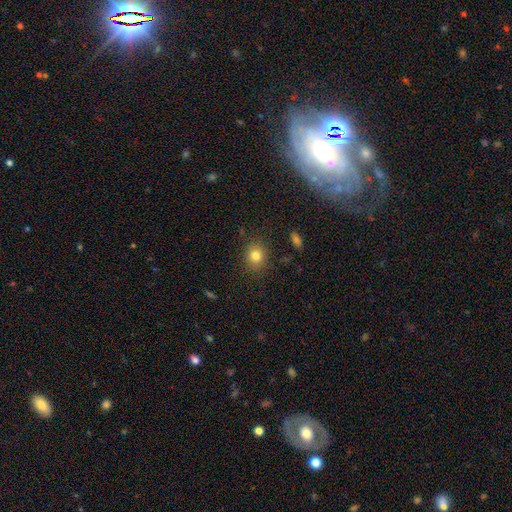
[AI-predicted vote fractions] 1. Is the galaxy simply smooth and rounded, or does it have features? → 80% smooth, 12% star or artifact, 8% featured or disk.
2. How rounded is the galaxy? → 69% round, 30% in between, 1% cigar-shaped.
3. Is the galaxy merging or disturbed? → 86% none, 9% minor disturbance, 3% major disturbance, 1% merger.